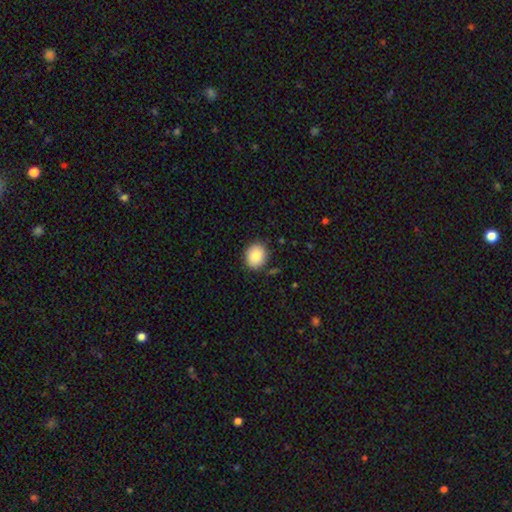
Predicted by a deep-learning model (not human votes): Smooth or featured? smooth (86%)
How rounded? round (62%)
Merging? none (87%)